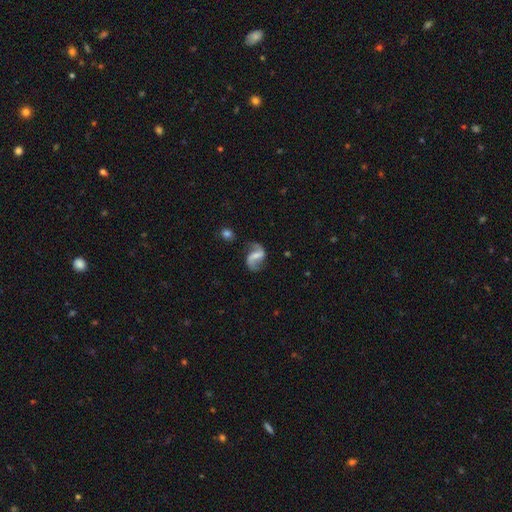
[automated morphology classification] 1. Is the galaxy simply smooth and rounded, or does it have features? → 85% featured or disk, 9% smooth, 6% star or artifact.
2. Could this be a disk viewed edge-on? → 98% no, 2% yes.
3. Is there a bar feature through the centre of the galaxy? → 44% weak, 38% strong, 19% no.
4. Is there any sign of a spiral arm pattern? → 95% yes, 5% no.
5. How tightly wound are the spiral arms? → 65% loose, 29% medium, 7% tight.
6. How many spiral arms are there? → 92% 2, 3% 1, 2% can't tell, 1% 3, 1% 4, 1% more than 4.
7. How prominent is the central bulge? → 44% small, 27% moderate, 23% none, 4% large, 1% dominant.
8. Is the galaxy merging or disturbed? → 74% none, 15% minor disturbance, 8% major disturbance, 3% merger.